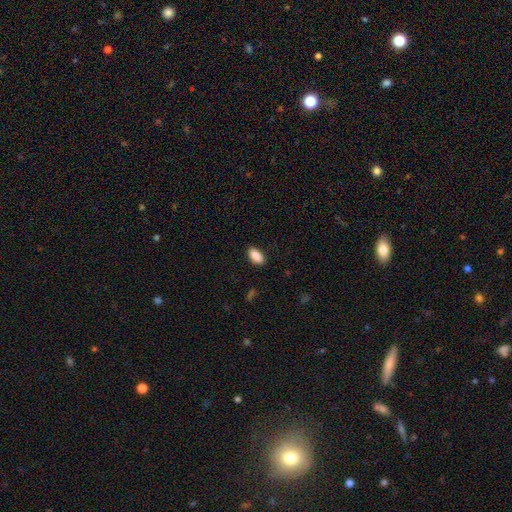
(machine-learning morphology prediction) Smooth or featured: smooth — 90% (star or artifact — 7%)
How rounded: in between — 92% (cigar-shaped — 5%)
Merging: none — 88% (minor disturbance — 9%)